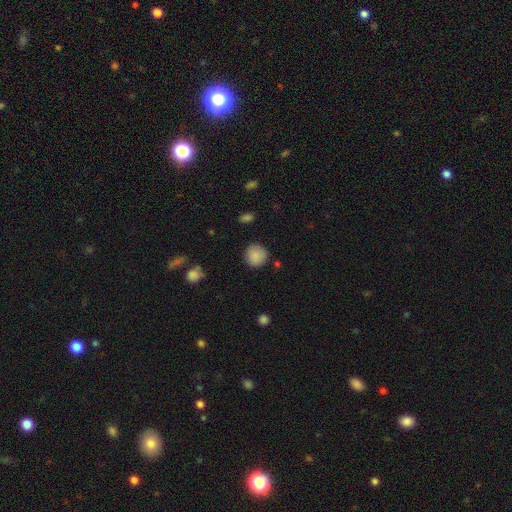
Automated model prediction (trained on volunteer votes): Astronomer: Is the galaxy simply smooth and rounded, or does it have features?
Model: smooth — 88%.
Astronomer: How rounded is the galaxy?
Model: round — 91%.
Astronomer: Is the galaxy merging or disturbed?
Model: none — 85%.